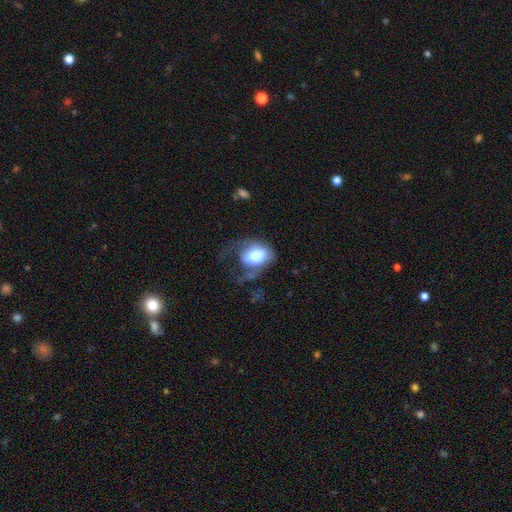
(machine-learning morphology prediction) A smooth galaxy with no disk features (65%) that is in between round and cigar-shaped (74%).

Vote fractions:
- Smooth or featured? smooth: 65% / featured or disk: 28% / star or artifact: 7%
- How rounded? in between: 74% / round: 25% / cigar-shaped: 1%
- Merging? major disturbance: 50% / minor disturbance: 25% / none: 22% / merger: 3%